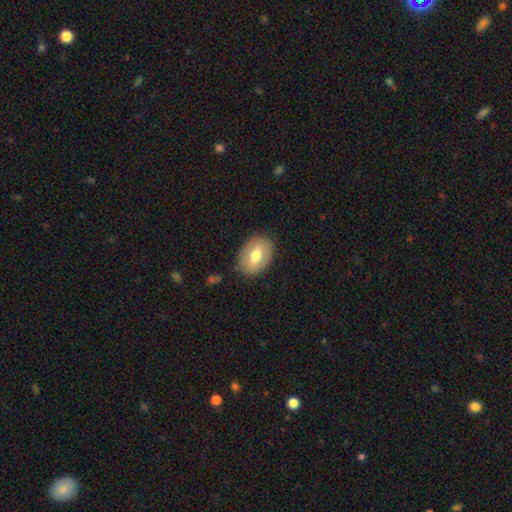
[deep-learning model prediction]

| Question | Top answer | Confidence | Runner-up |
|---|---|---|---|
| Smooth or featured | smooth | 64% | featured or disk (30%) |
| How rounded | in between | 79% | round (20%) |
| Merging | none | 85% | minor disturbance (11%) |